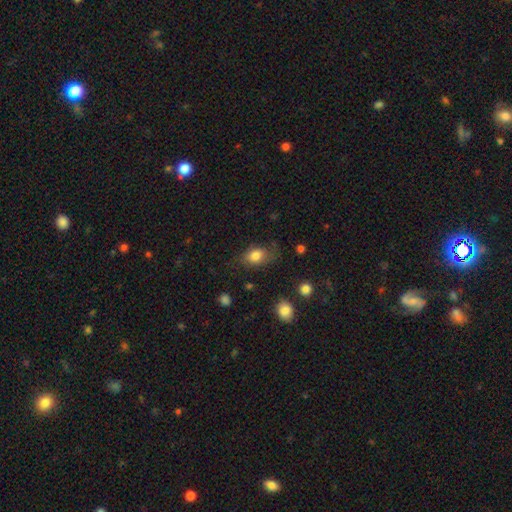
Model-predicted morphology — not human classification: A smooth galaxy with no disk features (80%) that is in between round and cigar-shaped (76%). Merging: none (67%).